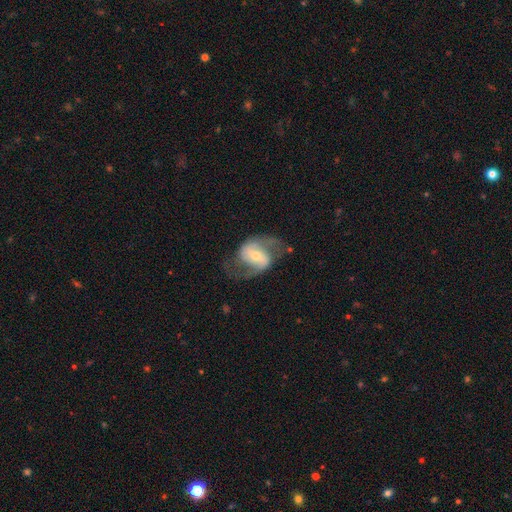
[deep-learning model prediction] Smooth or featured? Predicted: featured or disk (p=0.84). Edge-on disk? Predicted: no (p=0.97). Bar? Predicted: weak (p=0.42). Spiral arms? Predicted: yes (p=0.94). Spiral winding? Predicted: medium (p=0.48). Spiral arm count? Predicted: 2 (p=0.91). Bulge size? Predicted: small (p=0.54). Merging? Predicted: none (p=0.65).